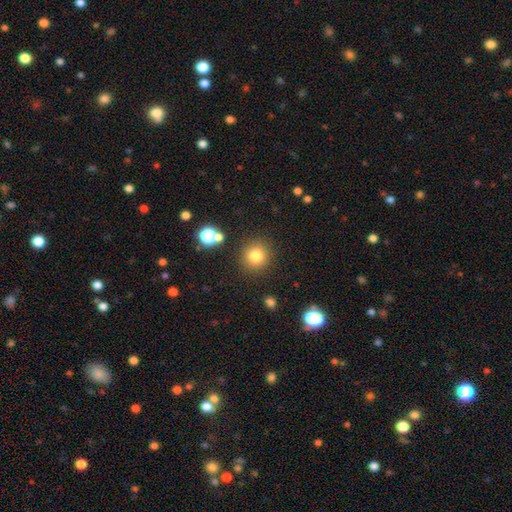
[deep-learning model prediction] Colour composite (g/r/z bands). It shows a smooth galaxy with no disk features (79%) that is round (92%). Merging: none (86%).